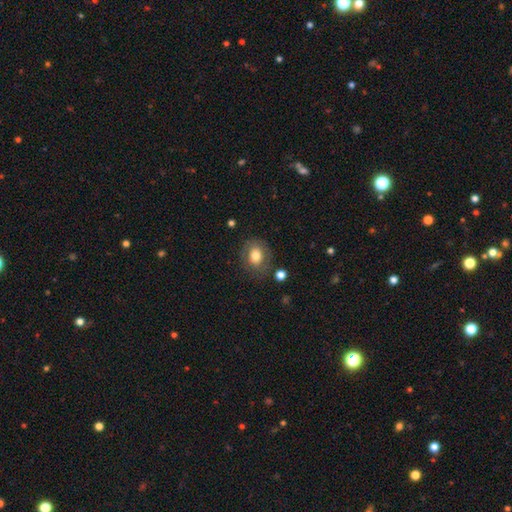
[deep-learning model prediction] smooth_or_featured: smooth (p=0.71) [alt: featured or disk p=0.19]
how_rounded: round (p=0.61) [alt: in between p=0.38]
merging: none (p=0.75) [alt: minor disturbance p=0.16]